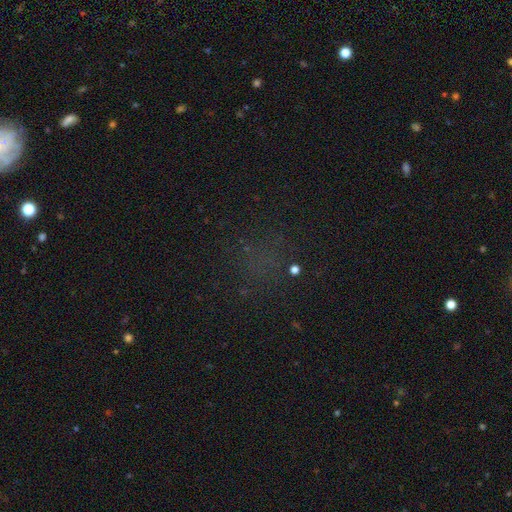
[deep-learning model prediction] Q: Smooth or featured?
A: star or artifact (56%); runner-up: smooth (32%)